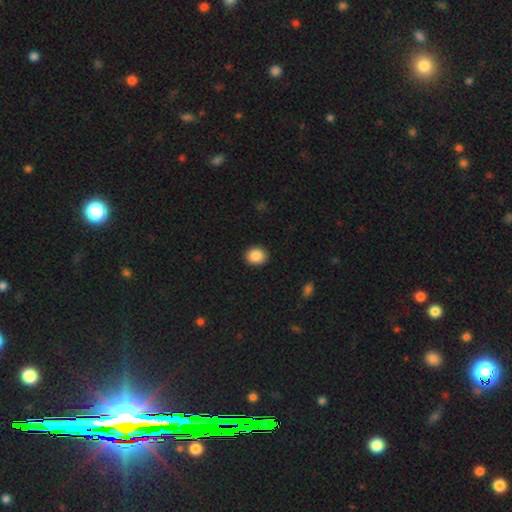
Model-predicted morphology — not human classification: smooth 88%, star or artifact 9%, featured or disk 4%. Down the decision tree: how rounded — round (68%); merging — none (91%).